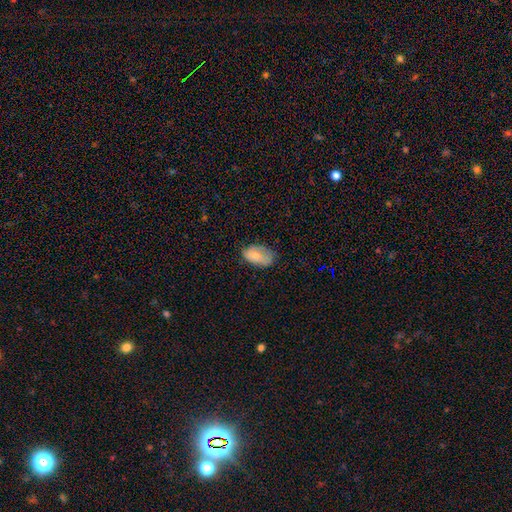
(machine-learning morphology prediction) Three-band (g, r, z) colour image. It shows a smooth galaxy with no disk features (76%) that is in between round and cigar-shaped (93%). Merging: none (56%).